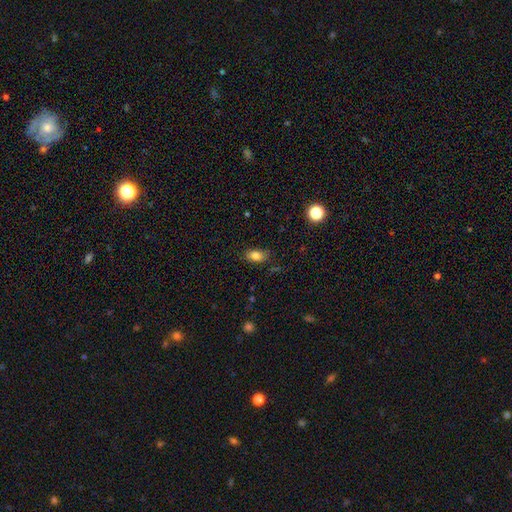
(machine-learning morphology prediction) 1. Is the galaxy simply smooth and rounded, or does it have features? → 82% smooth, 10% star or artifact, 8% featured or disk.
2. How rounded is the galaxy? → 87% in between, 10% round, 3% cigar-shaped.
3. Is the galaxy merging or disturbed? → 81% none, 15% minor disturbance, 3% major disturbance, 1% merger.